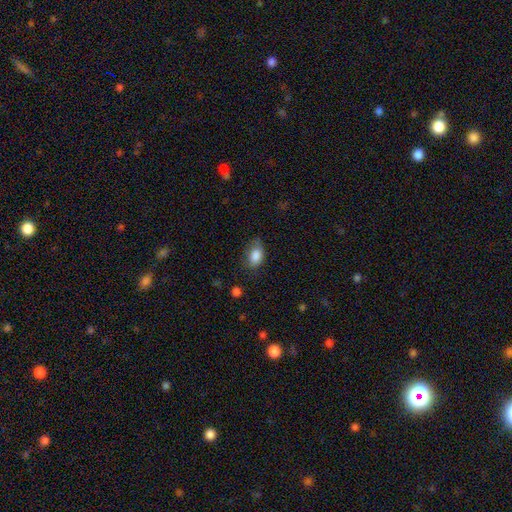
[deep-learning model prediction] Smooth or featured?
  - smooth: 85% *
  - star or artifact: 8%
  - featured or disk: 7%
How rounded?
  - in between: 89% *
  - round: 9%
  - cigar-shaped: 2%
Merging?
  - none: 64% *
  - minor disturbance: 27%
  - major disturbance: 7%
  - merger: 2%